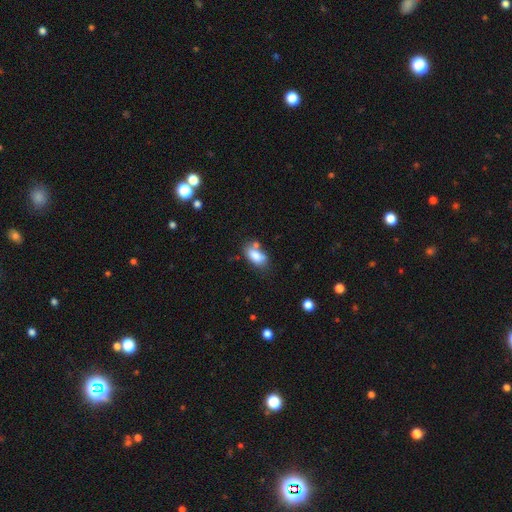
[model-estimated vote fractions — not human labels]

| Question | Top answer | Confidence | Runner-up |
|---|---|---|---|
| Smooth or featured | smooth | 82% | featured or disk (10%) |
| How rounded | in between | 90% | round (6%) |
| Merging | none | 56% | minor disturbance (20%) |